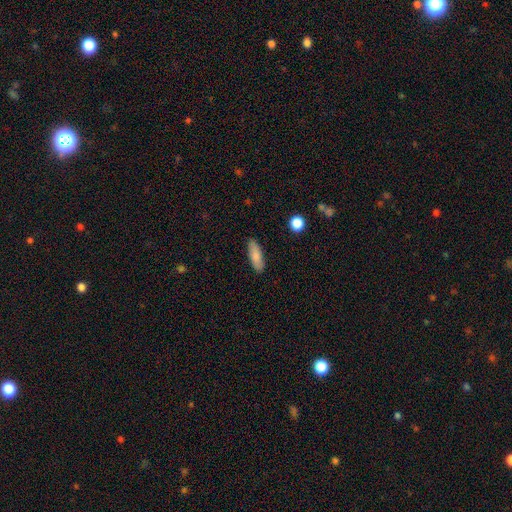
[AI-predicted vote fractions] Smooth or featured? Predicted: smooth (p=0.83). How rounded? Predicted: in between (p=0.59). Merging? Predicted: none (p=0.88).